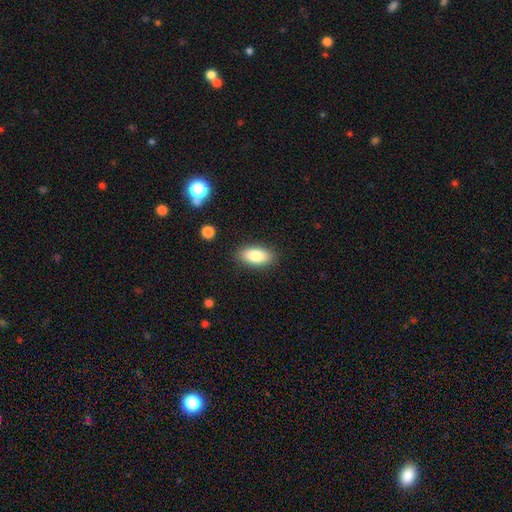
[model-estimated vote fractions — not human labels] Smooth or featured: smooth — 84% (featured or disk — 9%)
How rounded: in between — 89% (cigar-shaped — 7%)
Merging: none — 87% (minor disturbance — 9%)